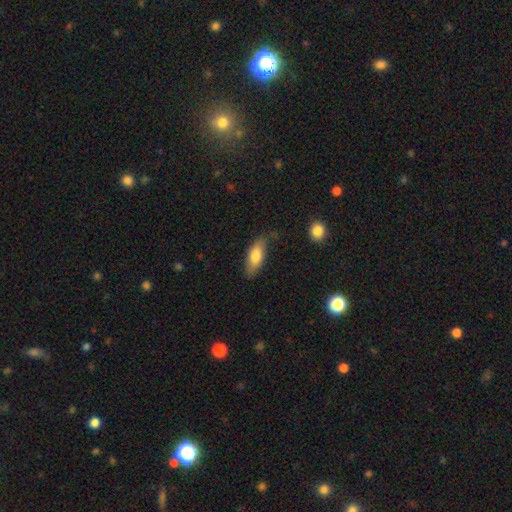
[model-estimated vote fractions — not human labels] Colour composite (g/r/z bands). It shows a smooth galaxy with no disk features (76%) that is in between round and cigar-shaped (77%). Merging: none (69%).